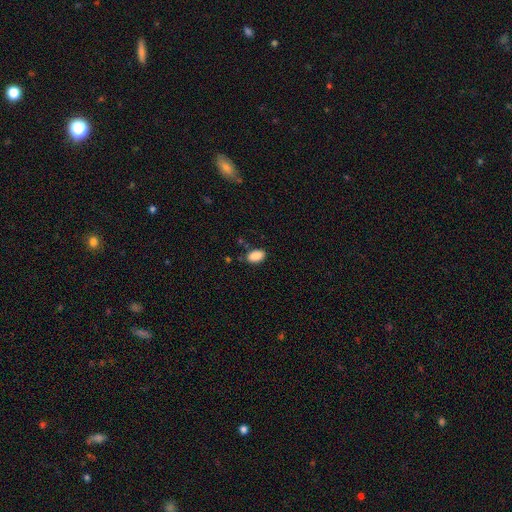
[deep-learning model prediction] Q: Smooth or featured?
A: smooth (89%); runner-up: star or artifact (8%)
Q: How rounded?
A: in between (91%); runner-up: round (7%)
Q: Merging?
A: none (80%); runner-up: minor disturbance (14%)